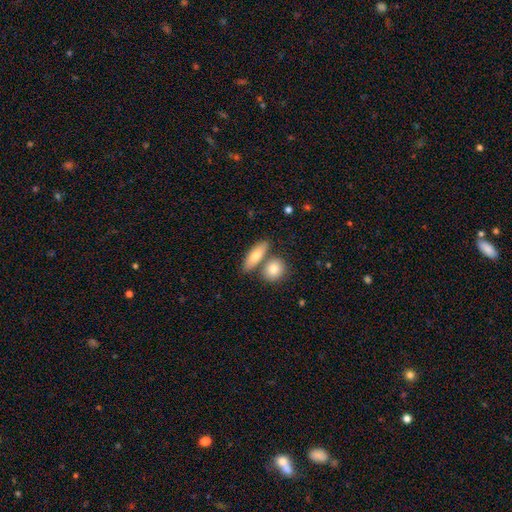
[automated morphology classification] A smooth galaxy with no disk features (74%) that is in between round and cigar-shaped (61%).

Vote fractions:
- Smooth or featured? smooth: 74% / featured or disk: 20% / star or artifact: 6%
- How rounded? in between: 61% / cigar-shaped: 32% / round: 7%
- Merging? none: 58% / merger: 29% / minor disturbance: 10% / major disturbance: 3%